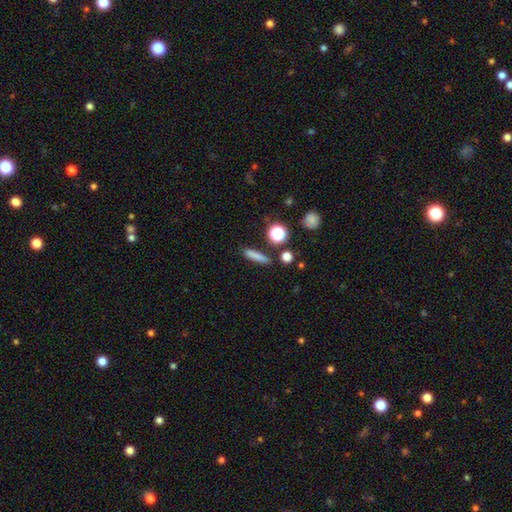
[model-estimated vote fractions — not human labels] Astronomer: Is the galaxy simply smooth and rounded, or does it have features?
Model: smooth — 77%.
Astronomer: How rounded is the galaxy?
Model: cigar-shaped — 80%.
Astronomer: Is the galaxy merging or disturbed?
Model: none — 85%.